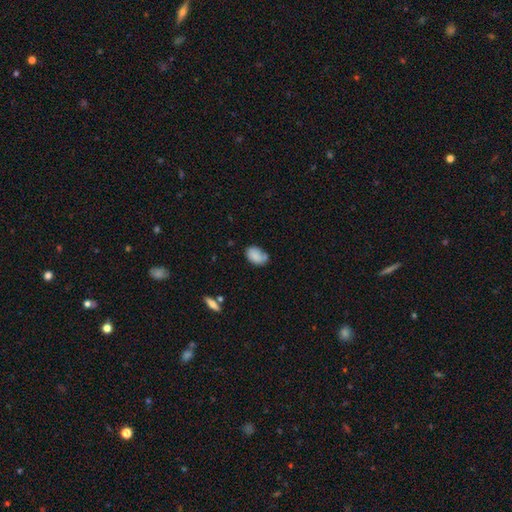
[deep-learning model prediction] Overall: smooth (81%). How rounded: in between (86%). Merging: none (58%; minor disturbance 29%).